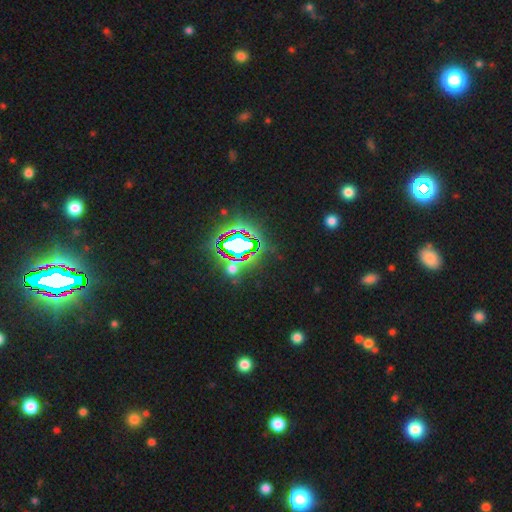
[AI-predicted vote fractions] Q: Smooth or featured?
A: star or artifact (83%); runner-up: smooth (10%)